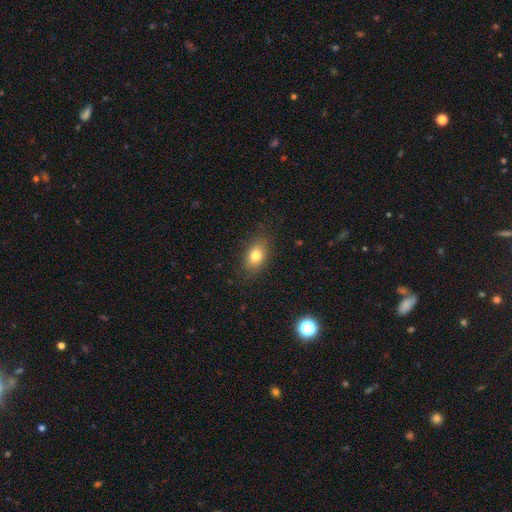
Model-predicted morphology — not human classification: Q: Smooth or featured?
A: smooth (79%); runner-up: featured or disk (11%)
Q: How rounded?
A: in between (80%); runner-up: round (17%)
Q: Merging?
A: none (84%); runner-up: minor disturbance (12%)